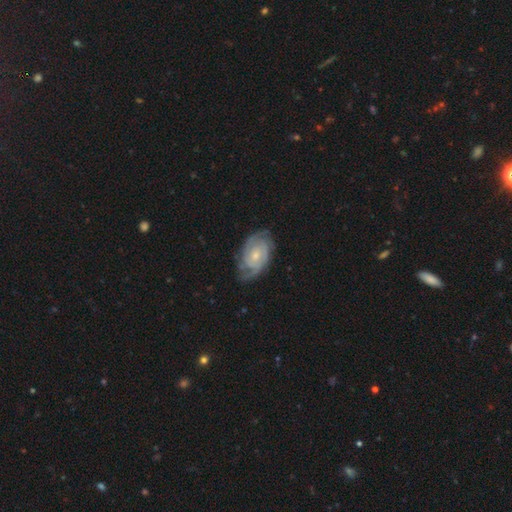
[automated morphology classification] Smooth or featured? featured or disk (84%)
Edge-on disk? no (97%)
Bar? no (70%)
Spiral arms? yes (96%)
Spiral winding? tight (64%)
Spiral arm count? 2 (44%)
Bulge size? small (55%)
Merging? none (75%)